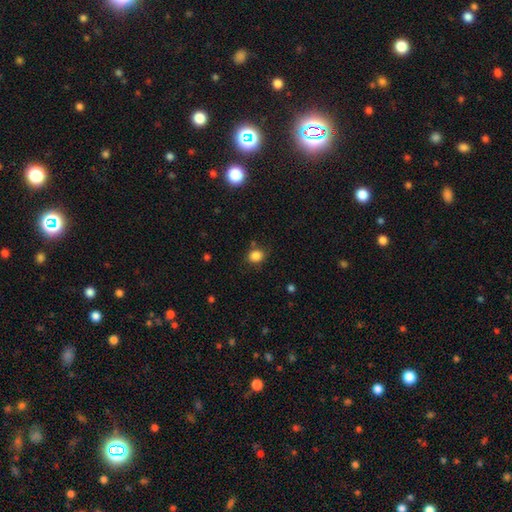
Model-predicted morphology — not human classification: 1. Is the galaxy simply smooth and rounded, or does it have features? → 85% smooth, 11% star or artifact, 4% featured or disk.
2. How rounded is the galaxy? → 55% round, 44% in between, 1% cigar-shaped.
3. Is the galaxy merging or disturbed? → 78% none, 14% minor disturbance, 4% merger, 4% major disturbance.